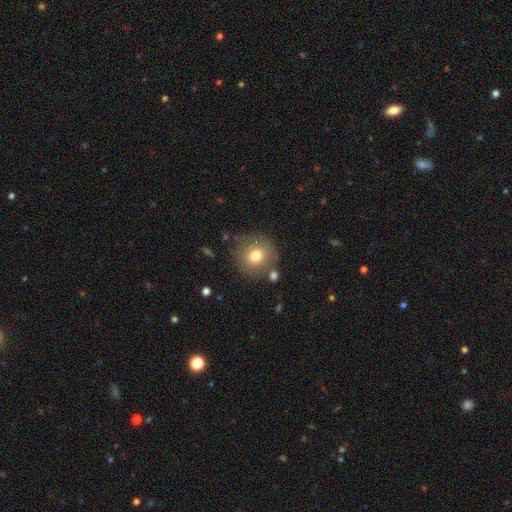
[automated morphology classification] Smooth or featured? Predicted: smooth (p=0.75). How rounded? Predicted: round (p=0.90). Merging? Predicted: none (p=0.81).